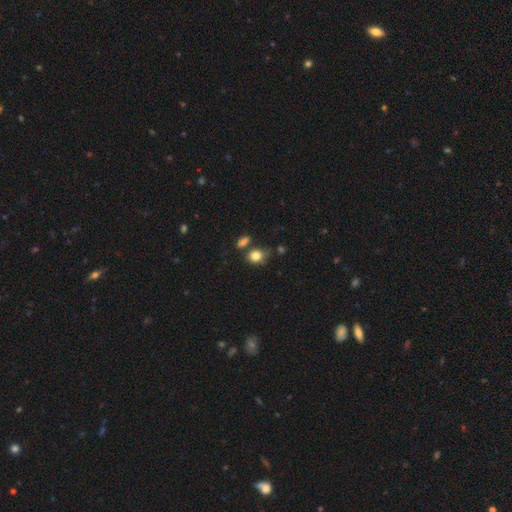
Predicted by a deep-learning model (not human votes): Q: Smooth or featured?
A: smooth (83%); runner-up: star or artifact (10%)
Q: How rounded?
A: in between (51%); runner-up: round (47%)
Q: Merging?
A: none (62%); runner-up: minor disturbance (18%)